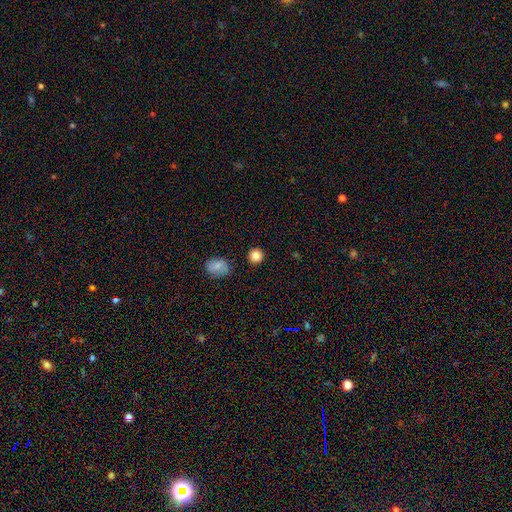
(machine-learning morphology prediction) Smooth or featured? Predicted: smooth (p=0.85). How rounded? Predicted: round (p=0.92). Merging? Predicted: none (p=0.89).